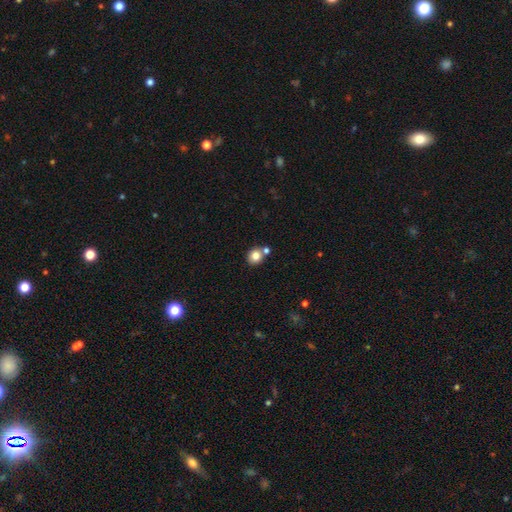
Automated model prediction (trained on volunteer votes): This appears to be a smooth galaxy with no disk features (80%) that is round (82%). Merging: none (67%).